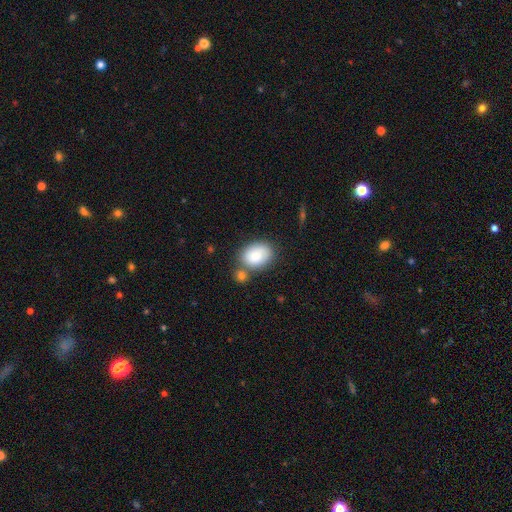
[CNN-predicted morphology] smooth_or_featured: smooth (p=0.86) [alt: featured or disk p=0.07]
how_rounded: in between (p=0.77) [alt: round p=0.22]
merging: none (p=0.60) [alt: merger p=0.19]